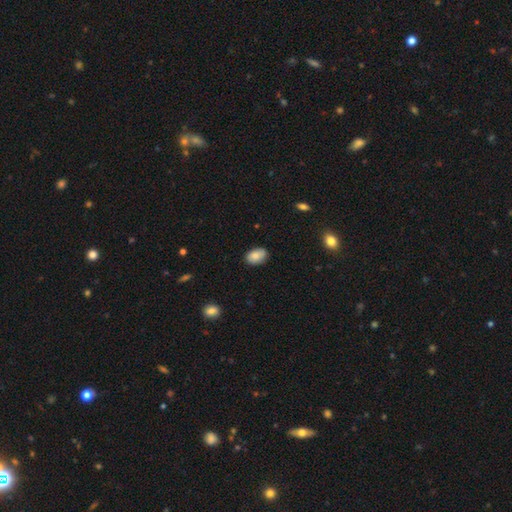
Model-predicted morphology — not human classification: smooth-or-featured: smooth: 85% | star or artifact: 7% | featured or disk: 7%
  how-rounded: in between: 86% | round: 13% | cigar-shaped: 1%
  merging: none: 84% | minor disturbance: 13% | major disturbance: 2% | merger: 1%